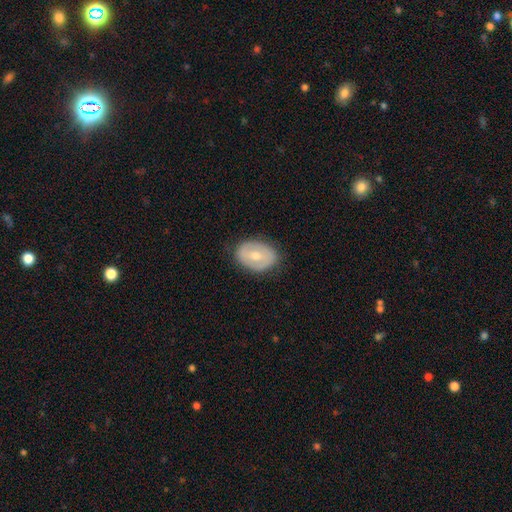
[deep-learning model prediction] Q: Smooth or featured?
A: smooth (49%); runner-up: featured or disk (45%)
Q: Merging?
A: none (81%); runner-up: minor disturbance (14%)